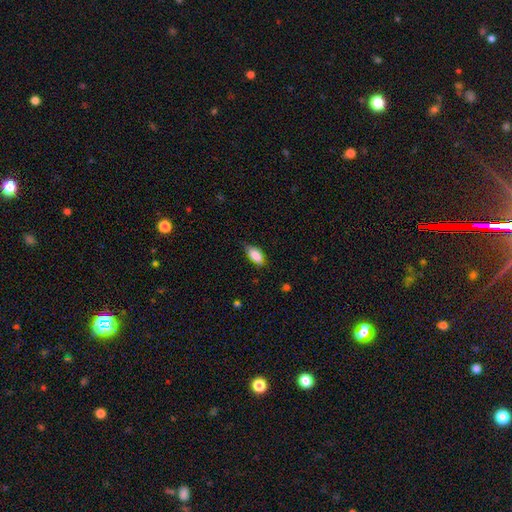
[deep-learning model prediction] Smooth or featured?
  - smooth: 84% *
  - featured or disk: 9%
  - star or artifact: 7%
How rounded?
  - in between: 89% *
  - cigar-shaped: 8%
  - round: 3%
Merging?
  - none: 60% *
  - minor disturbance: 32%
  - major disturbance: 6%
  - merger: 2%